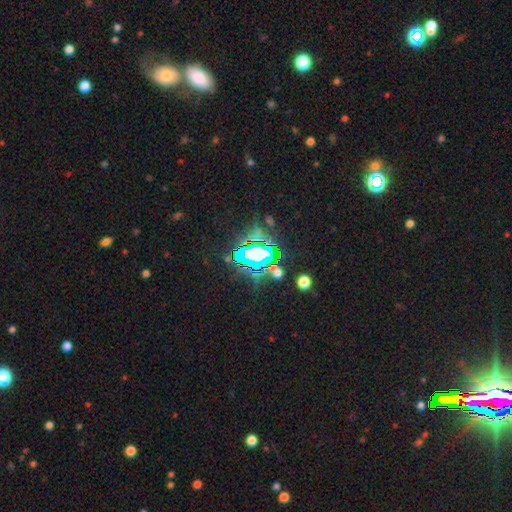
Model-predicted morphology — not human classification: star or artifact 68%, featured or disk 17%, smooth 15%.